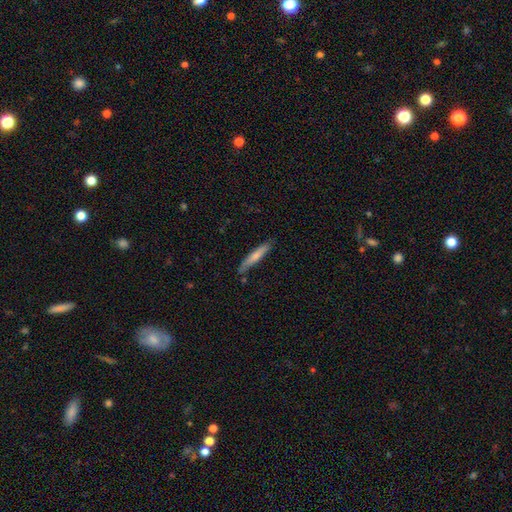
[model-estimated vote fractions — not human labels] Overall: smooth (68%). How rounded: cigar-shaped (92%). Merging: none (79%).